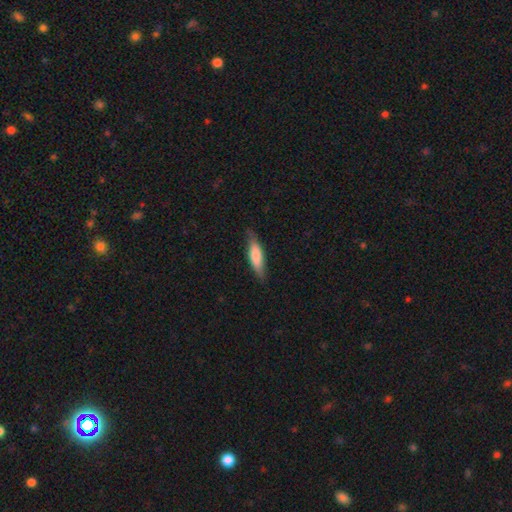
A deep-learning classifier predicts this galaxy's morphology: smooth_or_featured: smooth (p=0.71) [alt: featured or disk p=0.24]
how_rounded: cigar-shaped (p=0.62) [alt: in between p=0.36]
merging: none (p=0.76) [alt: minor disturbance p=0.19]